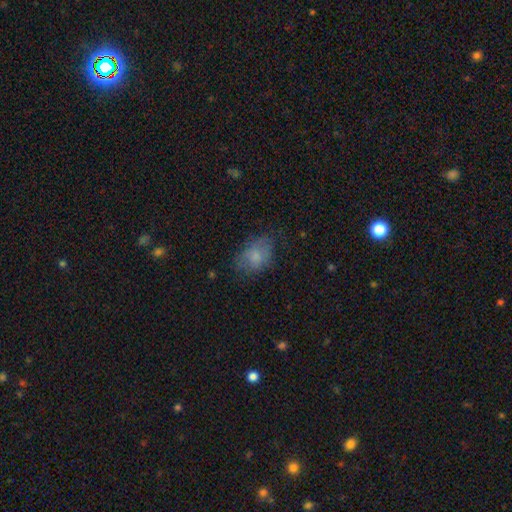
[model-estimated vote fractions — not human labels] This is likely a smooth galaxy (74%). How rounded: likely in between (78%). Merging: likely none (61%).